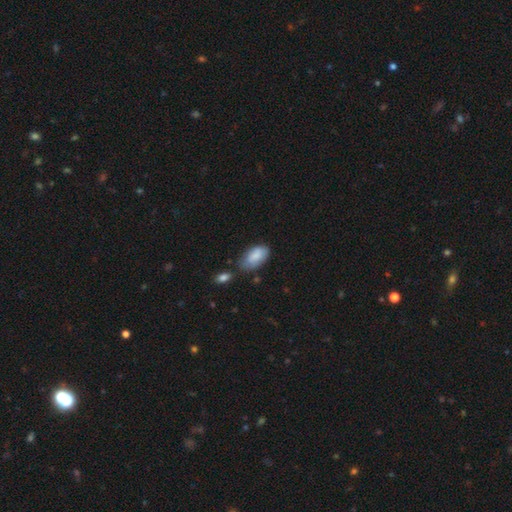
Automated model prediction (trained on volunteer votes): Smooth or featured: smooth — 84% (featured or disk — 10%)
How rounded: in between — 94% (cigar-shaped — 4%)
Merging: none — 55% (minor disturbance — 30%)